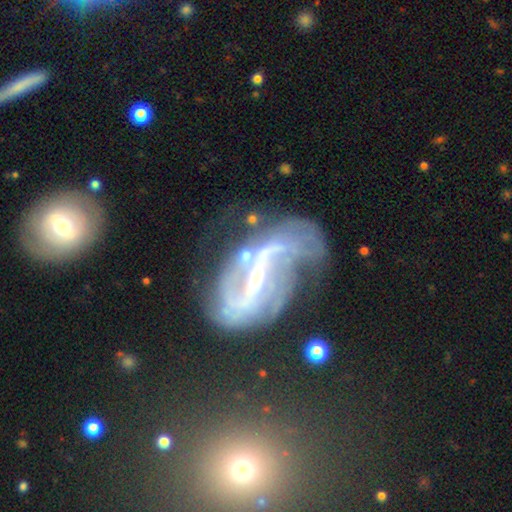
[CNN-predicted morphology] type=featured or disk (86%); edge-on=no (96%); bar=strong (56%); spiral arms=yes (89%); winding=loose (51%); arm count=2 (59%); bulge=small (54%); merging=major disturbance (37%).